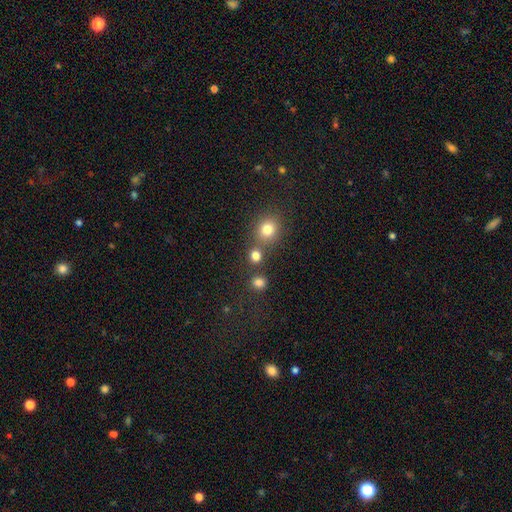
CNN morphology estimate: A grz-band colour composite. It shows a smooth galaxy with no disk features (79%) that is round (85%). Merging: none (70%).